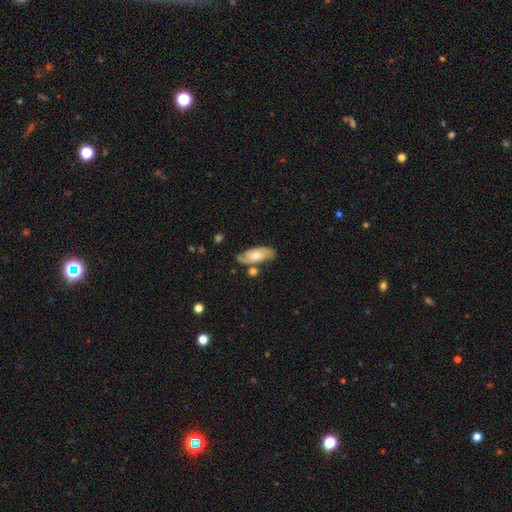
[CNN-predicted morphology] featured or disk 66%, smooth 28%, star or artifact 6%. Down the decision tree: edge-on disk — no (90%); bar — no (67%); spiral arms — yes (88%); spiral arm count — 2 (78%); spiral winding — tight (46%); bulge size — moderate (65%); merging — none (71%).